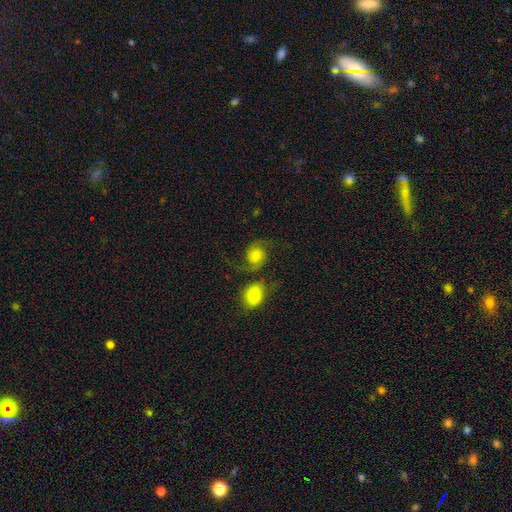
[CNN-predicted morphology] Overall: featured or disk (54%; smooth 36%). Edge-on disk: no (98%). Bar: no (72%). Spiral arms: yes (90%). Bulge size: moderate (52%; small 30%). Merging: none (49%; merger 26%).